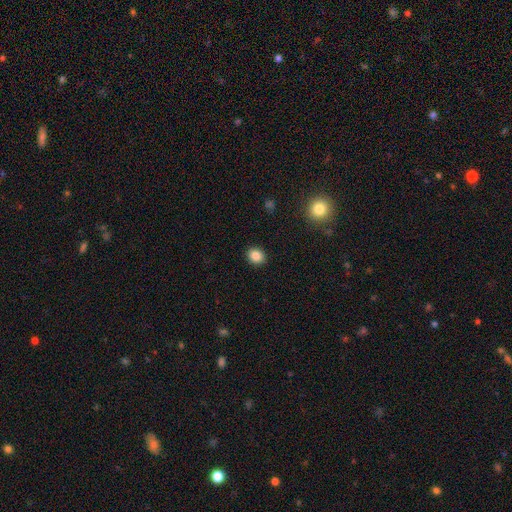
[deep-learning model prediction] Q: Smooth or featured?
A: smooth (86%); runner-up: star or artifact (10%)
Q: How rounded?
A: round (60%); runner-up: in between (39%)
Q: Merging?
A: none (91%); runner-up: minor disturbance (6%)